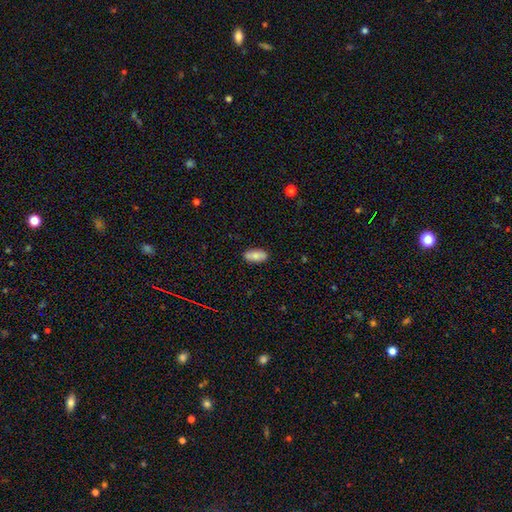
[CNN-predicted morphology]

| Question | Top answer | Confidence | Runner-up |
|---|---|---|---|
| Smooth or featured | smooth | 78% | featured or disk (15%) |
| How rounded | in between | 90% | cigar-shaped (7%) |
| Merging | none | 87% | minor disturbance (10%) |